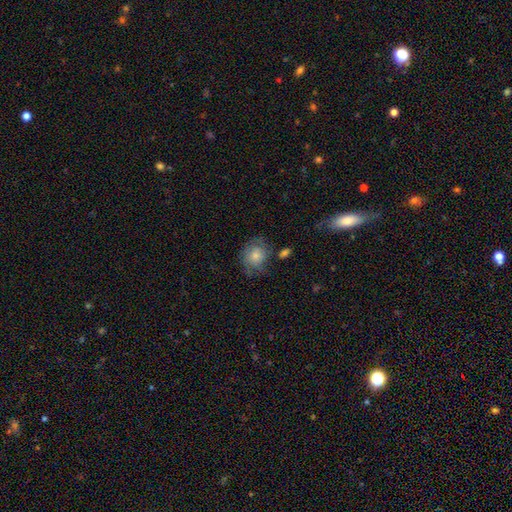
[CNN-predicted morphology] smooth 66%, featured or disk 26%, star or artifact 8%. Down the decision tree: how rounded — round (68%); merging — none (57%).